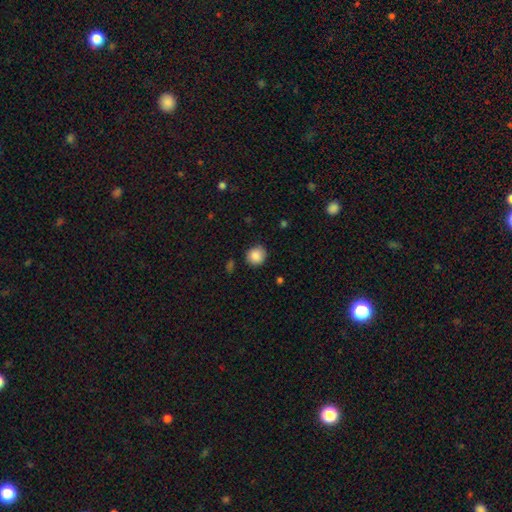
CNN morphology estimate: This is clearly a smooth galaxy (88%). How rounded: clearly round (89%). Merging: clearly none (86%).